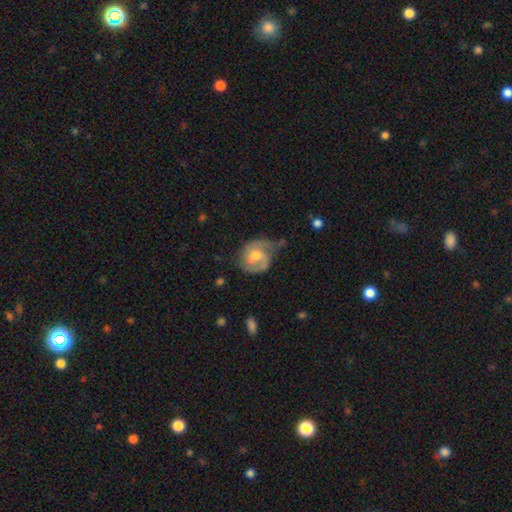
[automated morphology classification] type=featured or disk (74%); edge-on=no (98%); bar=no (58%); spiral arms=yes (92%); winding=medium (44%); arm count=2 (72%); bulge=moderate (62%); merging=none (50%).